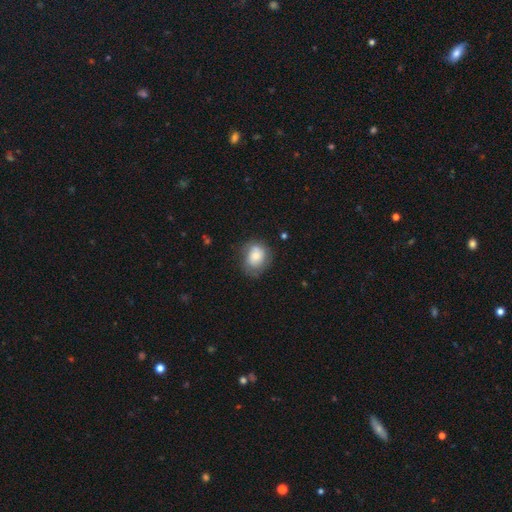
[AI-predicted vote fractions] Smooth or featured? Predicted: smooth (p=0.68). How rounded? Predicted: round (p=0.51). Merging? Predicted: none (p=0.63).